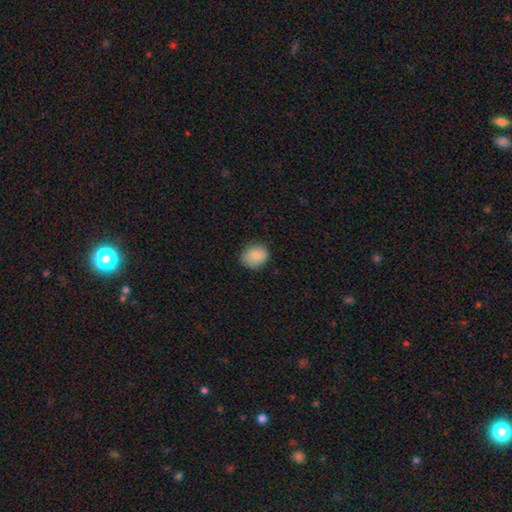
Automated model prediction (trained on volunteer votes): Smooth or featured: smooth — 83% (featured or disk — 9%)
How rounded: round — 55% (in between — 44%)
Merging: none — 79% (minor disturbance — 17%)